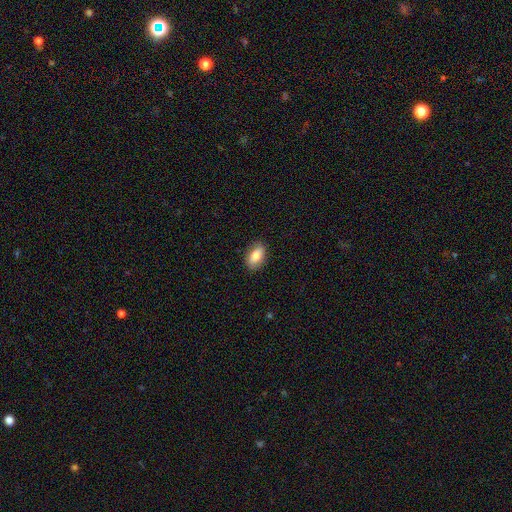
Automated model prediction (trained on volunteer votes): This appears to be a smooth galaxy with no disk features (82%) that is in between round and cigar-shaped (91%). Merging: none (86%).